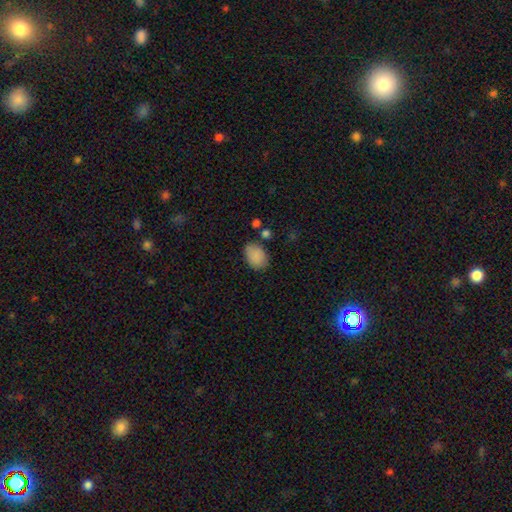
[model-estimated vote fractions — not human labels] smooth_or_featured: smooth (p=0.88) [alt: star or artifact p=0.08]
how_rounded: in between (p=0.81) [alt: round p=0.18]
merging: none (p=0.76) [alt: minor disturbance p=0.16]